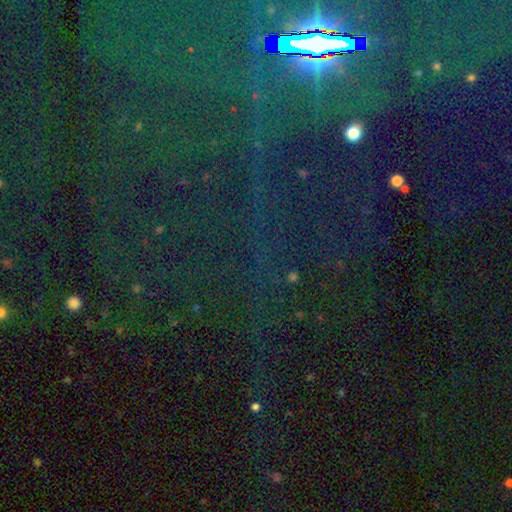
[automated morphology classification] This appears to be a star or artifact, not a galaxy (84%).